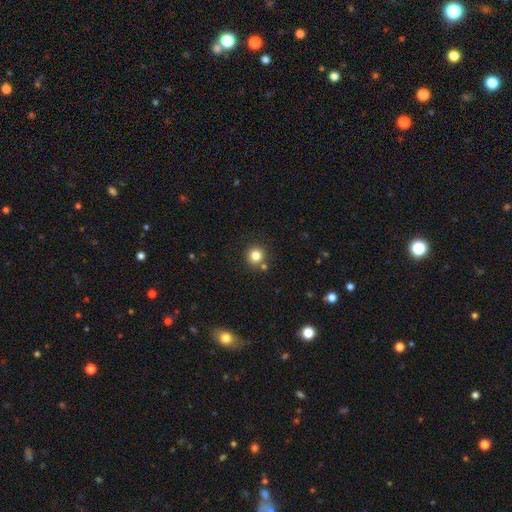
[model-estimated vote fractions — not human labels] A smooth galaxy with no disk features (82%) that is round (93%).

Vote fractions:
- Smooth or featured? smooth: 82% / star or artifact: 12% / featured or disk: 6%
- How rounded? round: 93% / in between: 6% / cigar-shaped: 1%
- Merging? none: 83% / minor disturbance: 7% / merger: 7% / major disturbance: 2%